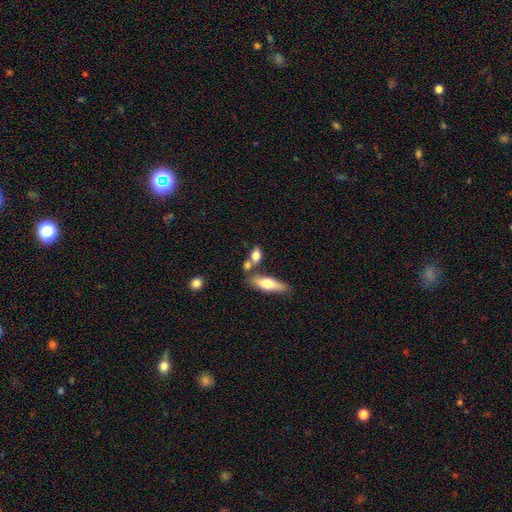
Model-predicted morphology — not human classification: The model was most divided on "merging": none: 51%, merger: 31%, minor disturbance: 13%, major disturbance: 5%. More confident: smooth or featured — smooth (75%); how rounded — in between (68%).